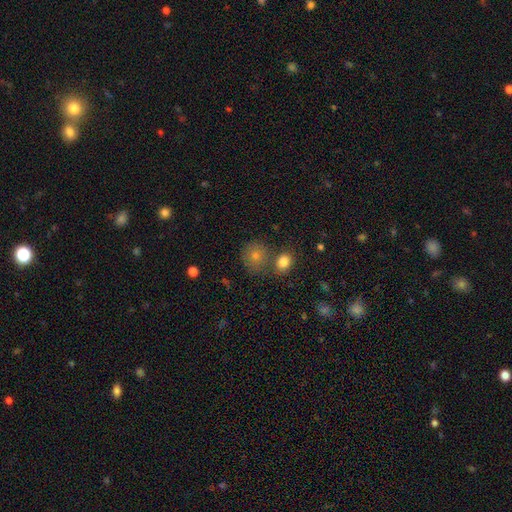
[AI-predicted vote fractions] smooth-or-featured: smooth: 79% | star or artifact: 11% | featured or disk: 10%
  how-rounded: round: 83% | in between: 16% | cigar-shaped: 1%
  merging: none: 62% | merger: 22% | minor disturbance: 12% | major disturbance: 5%